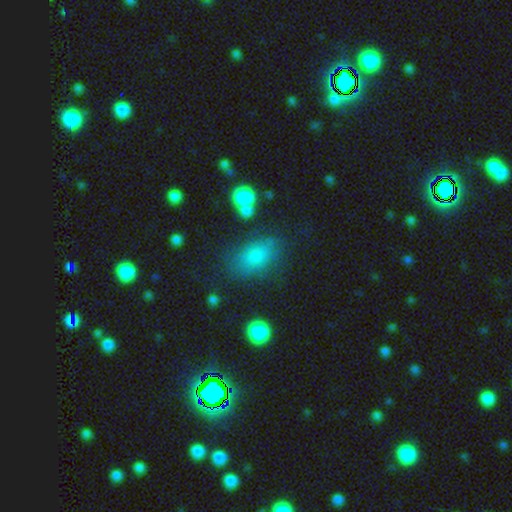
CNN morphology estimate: Smooth or featured? Predicted: smooth (p=0.77). How rounded? Predicted: in between (p=0.84). Merging? Predicted: none (p=0.71).